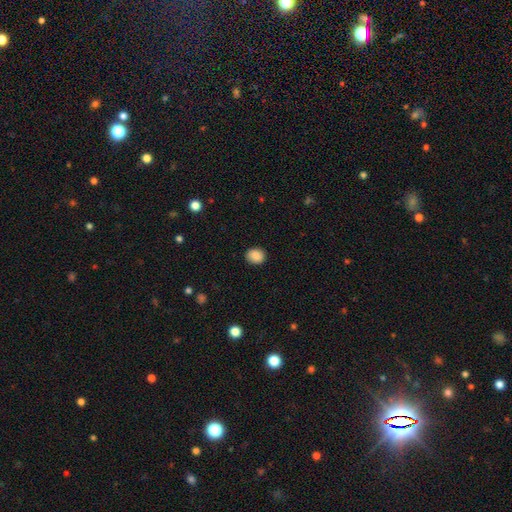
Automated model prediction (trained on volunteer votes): A smooth galaxy with no disk features (88%) that is round (62%). Merging: none (88%).